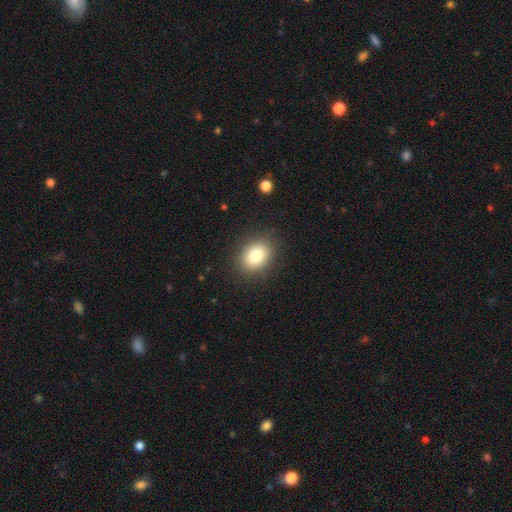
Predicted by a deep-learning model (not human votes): A smooth galaxy with no disk features (81%) that is in between round and cigar-shaped (55%).

Vote fractions:
- Smooth or featured? smooth: 81% / star or artifact: 10% / featured or disk: 9%
- How rounded? in between: 55% / round: 44% / cigar-shaped: 1%
- Merging? none: 86% / minor disturbance: 9% / major disturbance: 3% / merger: 1%